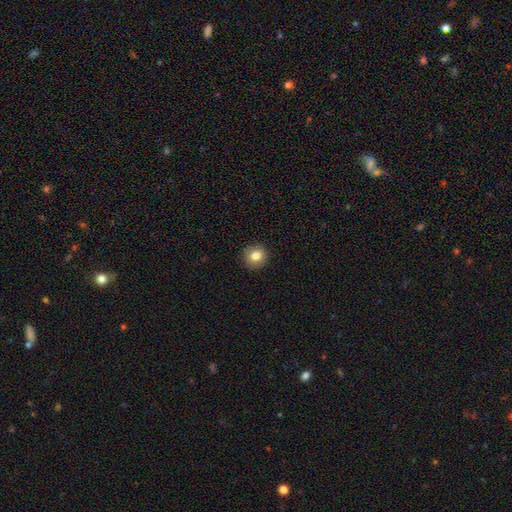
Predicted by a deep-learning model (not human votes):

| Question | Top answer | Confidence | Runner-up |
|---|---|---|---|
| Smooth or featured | smooth | 81% | star or artifact (10%) |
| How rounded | round | 89% | in between (10%) |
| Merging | none | 91% | minor disturbance (7%) |